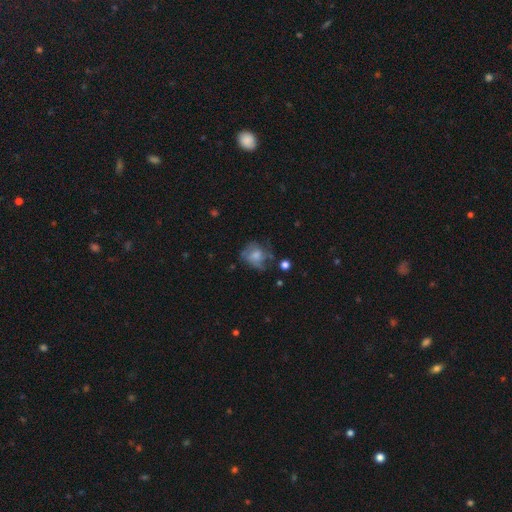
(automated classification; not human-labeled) smooth-or-featured: smooth: 45% | featured or disk: 44% | star or artifact: 11%
  merging: none: 45% | minor disturbance: 26% | major disturbance: 25% | merger: 4%